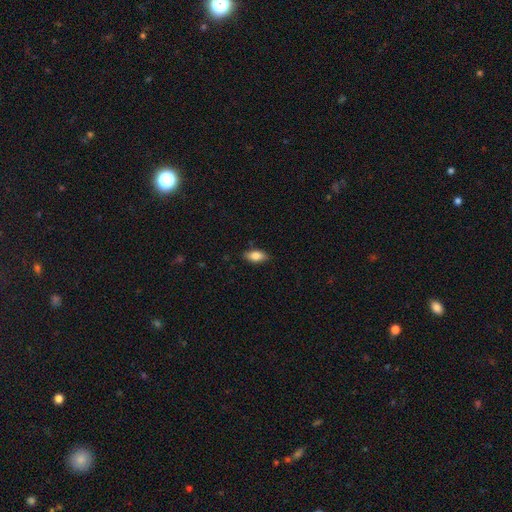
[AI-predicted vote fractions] smooth-or-featured: smooth: 81% | featured or disk: 12% | star or artifact: 7%
  how-rounded: in between: 89% | cigar-shaped: 7% | round: 4%
  merging: none: 84% | minor disturbance: 12% | major disturbance: 2% | merger: 1%